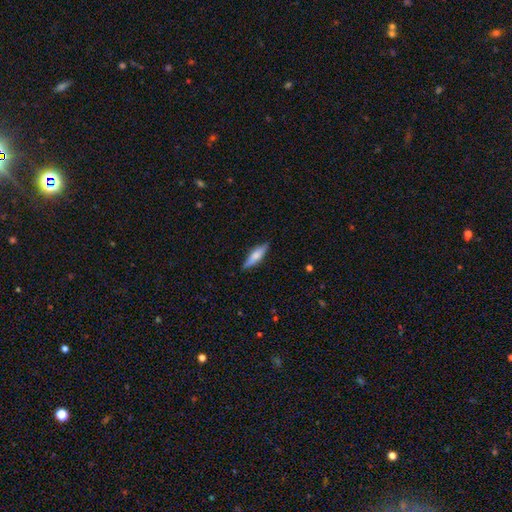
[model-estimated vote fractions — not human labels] This is likely a smooth galaxy (61%). How rounded: likely cigar-shaped (68%). Merging: clearly none (84%).